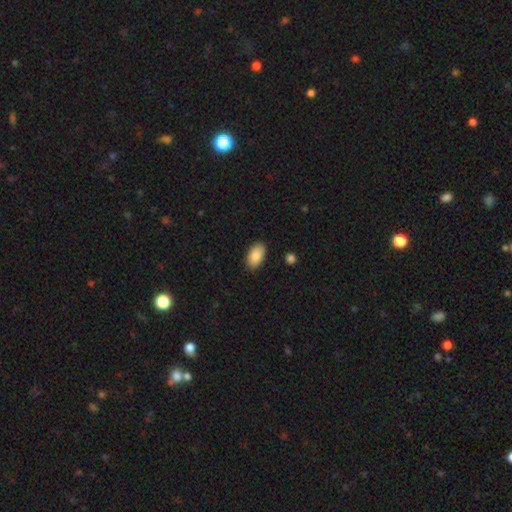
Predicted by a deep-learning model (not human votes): Smooth or featured?
  - smooth: 88% *
  - star or artifact: 7%
  - featured or disk: 6%
How rounded?
  - in between: 94% *
  - round: 4%
  - cigar-shaped: 2%
Merging?
  - none: 87% *
  - minor disturbance: 9%
  - major disturbance: 2%
  - merger: 1%